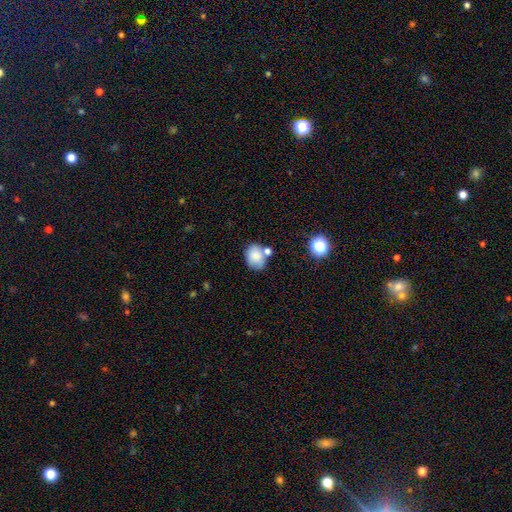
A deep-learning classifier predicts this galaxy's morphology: smooth_or_featured: smooth (p=0.78) [alt: featured or disk p=0.12]
how_rounded: in between (p=0.53) [alt: round p=0.46]
merging: none (p=0.57) [alt: merger p=0.20]